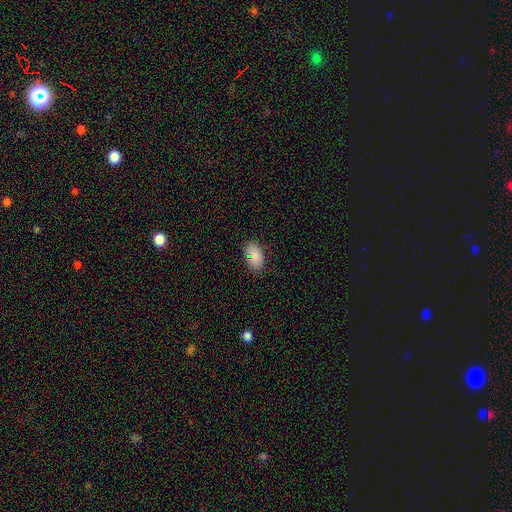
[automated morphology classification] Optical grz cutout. It shows a smooth galaxy with no disk features (85%) that is in between round and cigar-shaped (93%). Merging: none (83%).